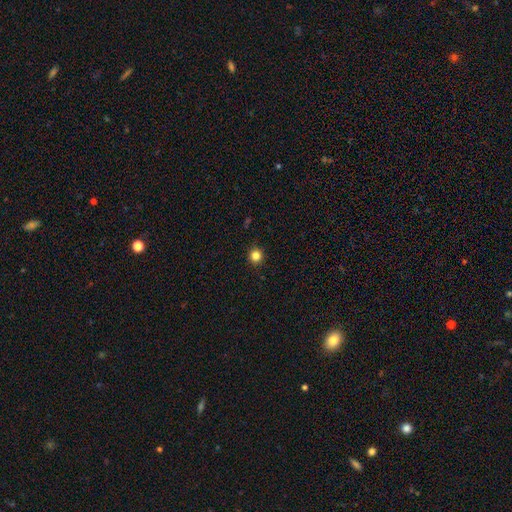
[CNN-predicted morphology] smooth 83%, star or artifact 13%, featured or disk 4%. Down the decision tree: how rounded — round (93%); merging — none (92%).